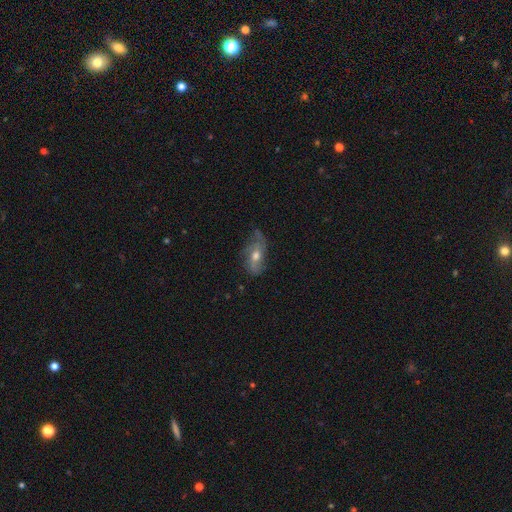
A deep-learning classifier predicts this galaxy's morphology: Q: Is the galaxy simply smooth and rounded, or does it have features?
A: featured or disk — 63%.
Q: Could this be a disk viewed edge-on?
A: no — 88%.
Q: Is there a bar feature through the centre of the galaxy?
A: no — 66%.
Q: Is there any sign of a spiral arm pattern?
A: yes — 79%.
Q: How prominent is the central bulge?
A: moderate — 72%.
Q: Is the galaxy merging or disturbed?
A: none — 56%.